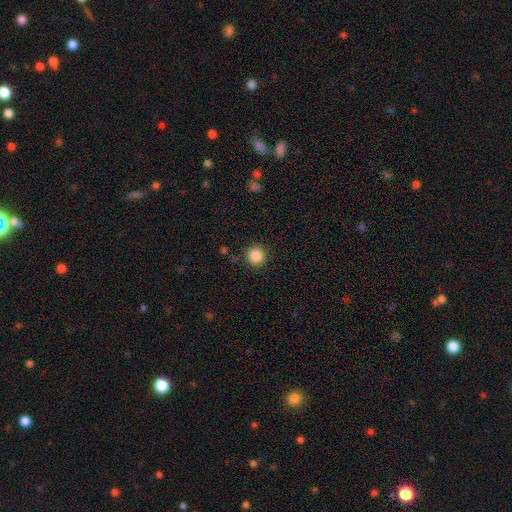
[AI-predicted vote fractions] Morphology: type=smooth (87%); roundness=round (94%); merging=none (89%).